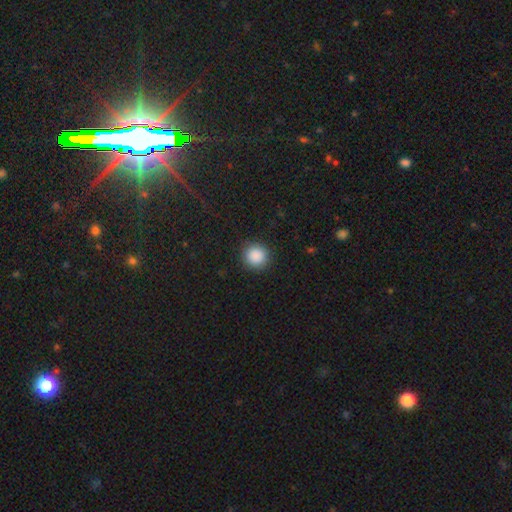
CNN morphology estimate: smooth 89%, star or artifact 9%, featured or disk 3%. Down the decision tree: how rounded — round (94%); merging — none (91%).